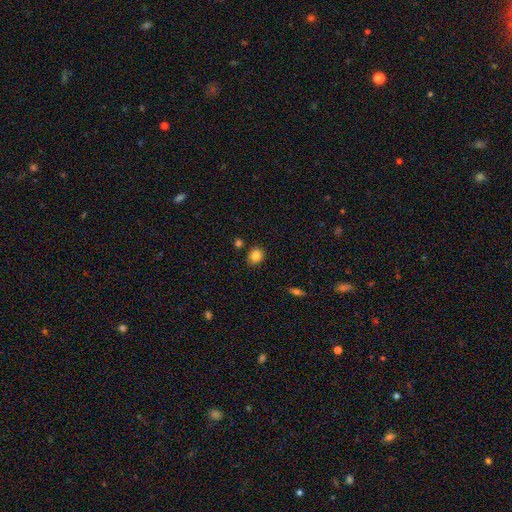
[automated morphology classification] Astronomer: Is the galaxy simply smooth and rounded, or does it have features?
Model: smooth — 83%.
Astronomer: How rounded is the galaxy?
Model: round — 66%.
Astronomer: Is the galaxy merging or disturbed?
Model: none — 84%.